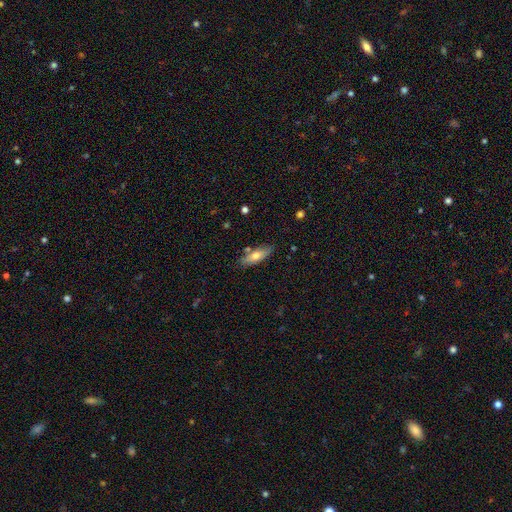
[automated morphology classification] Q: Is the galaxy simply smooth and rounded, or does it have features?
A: smooth — 65%.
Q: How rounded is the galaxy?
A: in between — 61%.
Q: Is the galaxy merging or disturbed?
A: none — 79%.